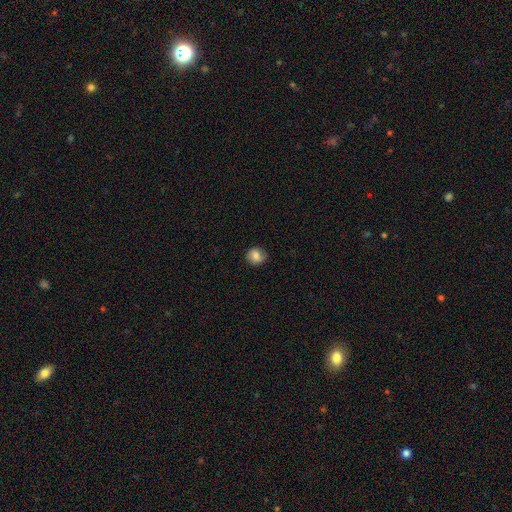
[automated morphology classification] This is likely a smooth galaxy (78%). How rounded: likely round (80%). Merging: clearly none (85%).